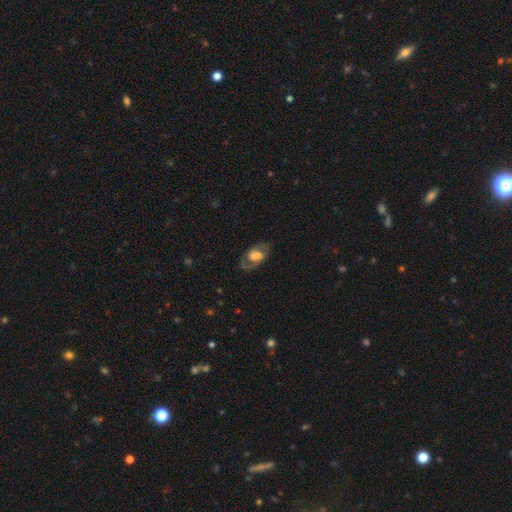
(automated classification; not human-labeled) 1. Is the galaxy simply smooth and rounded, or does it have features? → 60% featured or disk, 33% smooth, 7% star or artifact.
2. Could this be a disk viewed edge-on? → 93% no, 7% yes.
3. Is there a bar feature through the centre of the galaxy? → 48% no, 38% weak, 14% strong.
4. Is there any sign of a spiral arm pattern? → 69% yes, 31% no.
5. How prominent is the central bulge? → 51% large, 23% moderate, 10% small, 9% none, 8% dominant.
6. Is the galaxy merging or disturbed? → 70% none, 17% minor disturbance, 11% major disturbance, 1% merger.